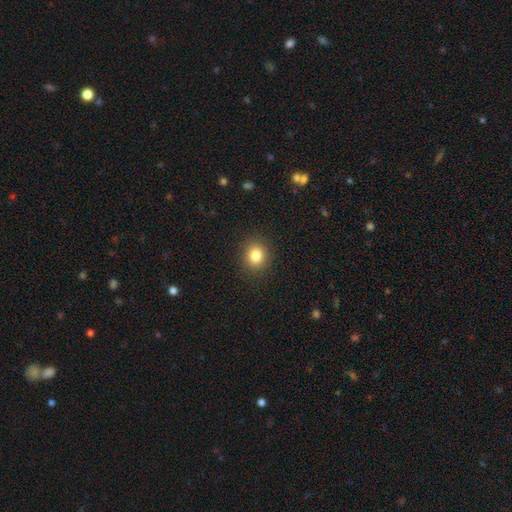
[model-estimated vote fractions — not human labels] smooth 83%, star or artifact 11%, featured or disk 6%. Down the decision tree: how rounded — round (74%); merging — none (89%).